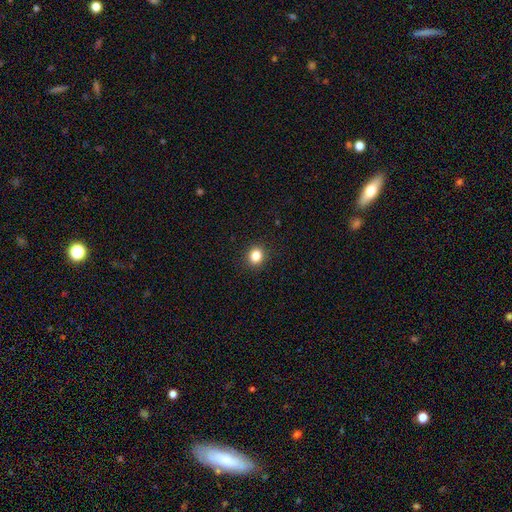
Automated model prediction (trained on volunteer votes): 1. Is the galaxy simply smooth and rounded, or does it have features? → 84% smooth, 12% star or artifact, 5% featured or disk.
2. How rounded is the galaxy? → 76% round, 23% in between, 1% cigar-shaped.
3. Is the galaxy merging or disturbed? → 91% none, 6% minor disturbance, 2% major disturbance, 1% merger.